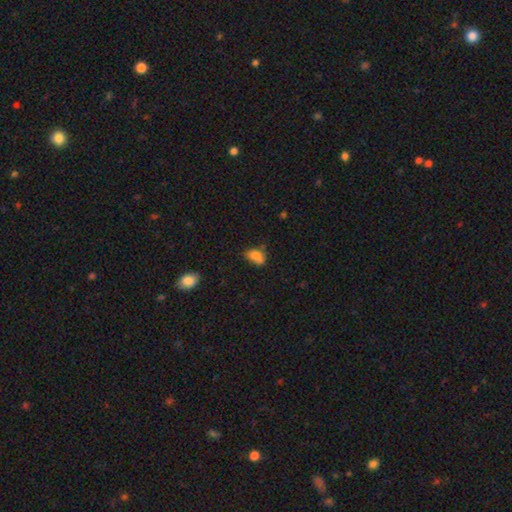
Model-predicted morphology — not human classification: Q: Smooth or featured?
A: smooth (78%); runner-up: star or artifact (11%)
Q: How rounded?
A: in between (83%); runner-up: round (15%)
Q: Merging?
A: none (44%); runner-up: minor disturbance (32%)